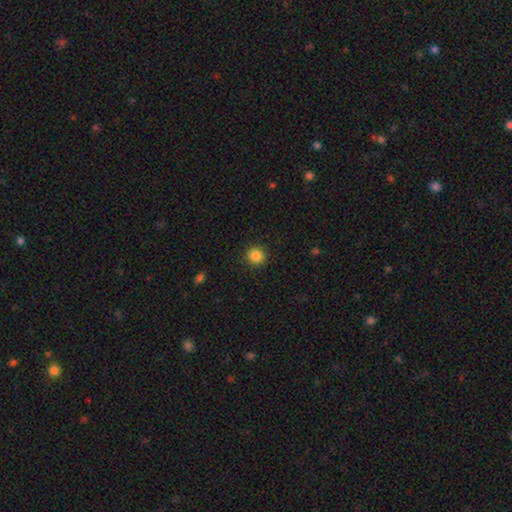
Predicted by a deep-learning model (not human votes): This appears to be a smooth galaxy with no disk features (86%) that is round (93%). Merging: none (91%).